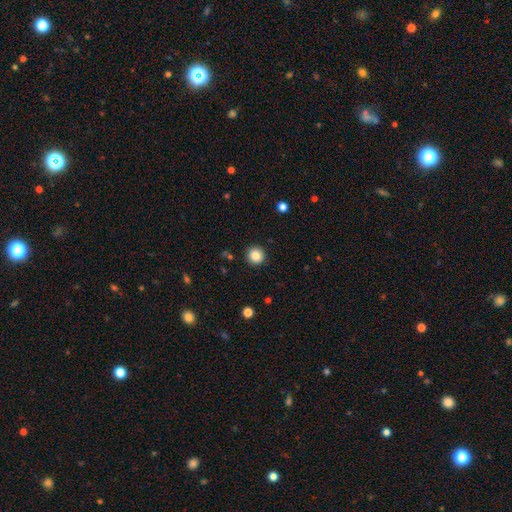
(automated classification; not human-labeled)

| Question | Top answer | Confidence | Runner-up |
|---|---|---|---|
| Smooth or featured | smooth | 86% | star or artifact (10%) |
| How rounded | round | 95% | in between (4%) |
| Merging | none | 92% | minor disturbance (5%) |